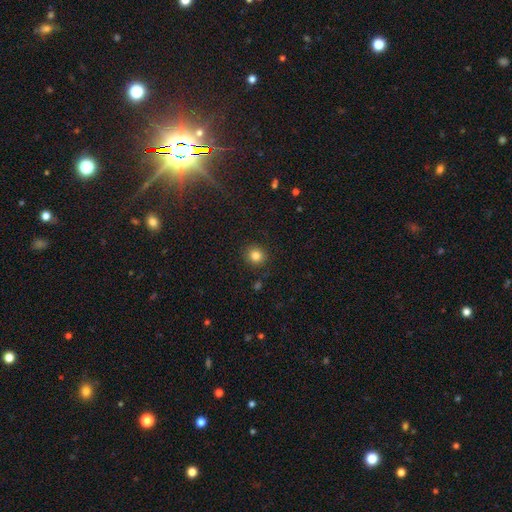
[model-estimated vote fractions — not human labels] A smooth galaxy with no disk features (83%) that is round (85%).

Vote fractions:
- Smooth or featured? smooth: 83% / star or artifact: 11% / featured or disk: 5%
- How rounded? round: 85% / in between: 14% / cigar-shaped: 1%
- Merging? none: 90% / minor disturbance: 7% / major disturbance: 2% / merger: 1%